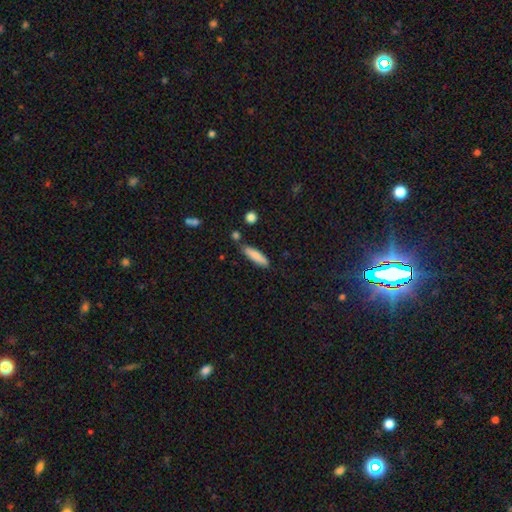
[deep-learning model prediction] smooth_or_featured: smooth (p=0.81) [alt: featured or disk p=0.13]
how_rounded: cigar-shaped (p=0.69) [alt: in between p=0.29]
merging: none (p=0.79) [alt: minor disturbance p=0.13]